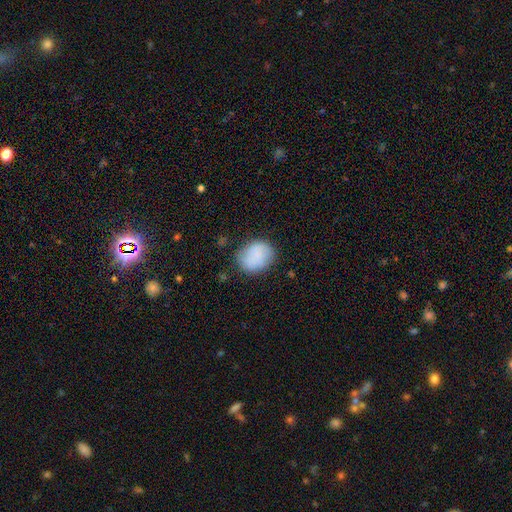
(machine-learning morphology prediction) smooth-or-featured: smooth: 83% | featured or disk: 10% | star or artifact: 7%
  how-rounded: round: 56% | in between: 43% | cigar-shaped: 1%
  merging: none: 74% | minor disturbance: 19% | major disturbance: 5% | merger: 2%